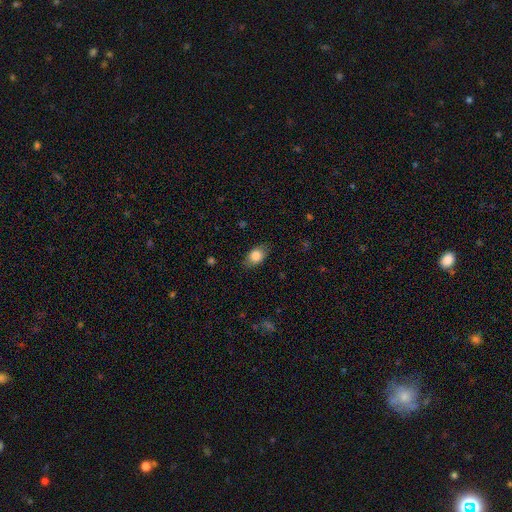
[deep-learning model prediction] Smooth or featured? Predicted: smooth (p=0.83). How rounded? Predicted: in between (p=0.81). Merging? Predicted: none (p=0.81).